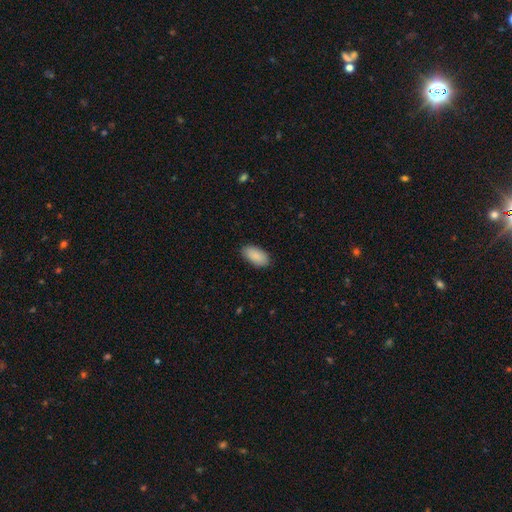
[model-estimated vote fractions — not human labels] The model was most divided on "merging": none: 87%, minor disturbance: 10%, major disturbance: 2%, merger: 1%. More confident: how rounded — in between (94%); smooth or featured — smooth (90%).